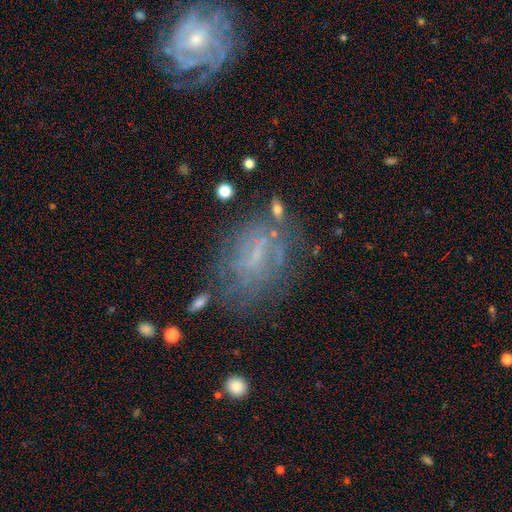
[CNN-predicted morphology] Q: Smooth or featured?
A: featured or disk (55%); runner-up: smooth (28%)
Q: Edge-on disk?
A: no (95%); runner-up: yes (5%)
Q: Bar?
A: no (46%); runner-up: weak (40%)
Q: Spiral arms?
A: yes (59%); runner-up: no (41%)
Q: Bulge size?
A: small (46%); runner-up: none (38%)
Q: Merging?
A: none (58%); runner-up: minor disturbance (21%)